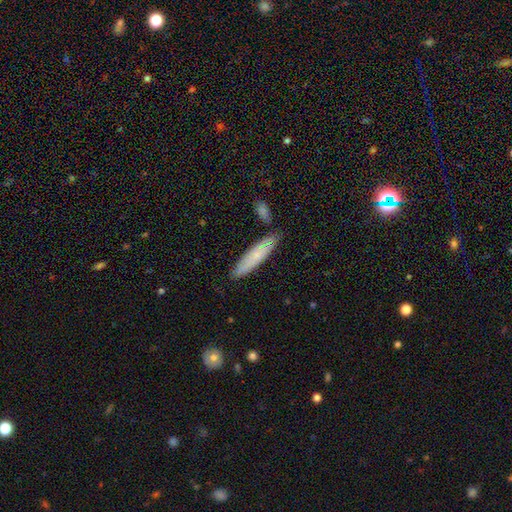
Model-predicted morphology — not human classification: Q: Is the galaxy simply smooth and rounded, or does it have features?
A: smooth — 60%.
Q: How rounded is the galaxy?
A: cigar-shaped — 83%.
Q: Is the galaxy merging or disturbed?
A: none — 76%.